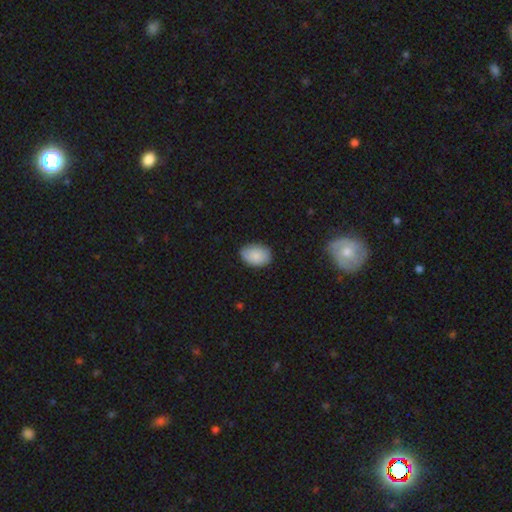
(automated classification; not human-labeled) This appears to be a smooth galaxy with no disk features (87%) that is in between round and cigar-shaped (83%). Merging: none (81%).